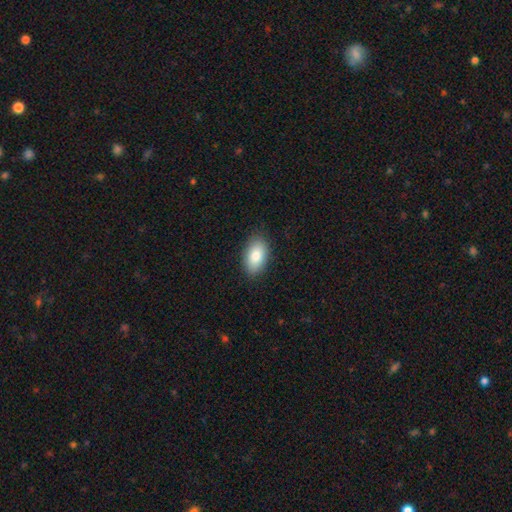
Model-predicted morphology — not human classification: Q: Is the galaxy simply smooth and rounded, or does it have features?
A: smooth — 83%.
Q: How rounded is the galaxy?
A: in between — 93%.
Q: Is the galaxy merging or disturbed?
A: none — 87%.